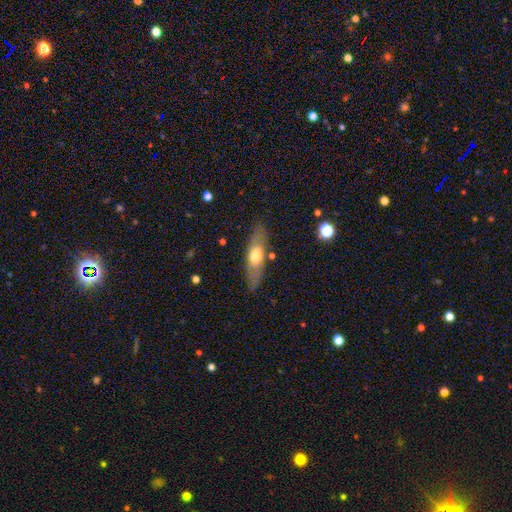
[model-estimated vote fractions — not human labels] Morphology: type=smooth (52%); roundness=in between (49%); merging=none (81%).